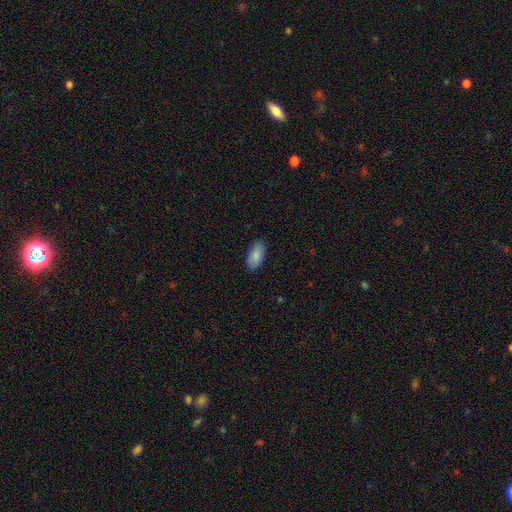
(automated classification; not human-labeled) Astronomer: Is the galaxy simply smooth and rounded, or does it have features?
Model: smooth — 87%.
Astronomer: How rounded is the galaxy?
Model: in between — 92%.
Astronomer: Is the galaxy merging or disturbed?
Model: none — 87%.